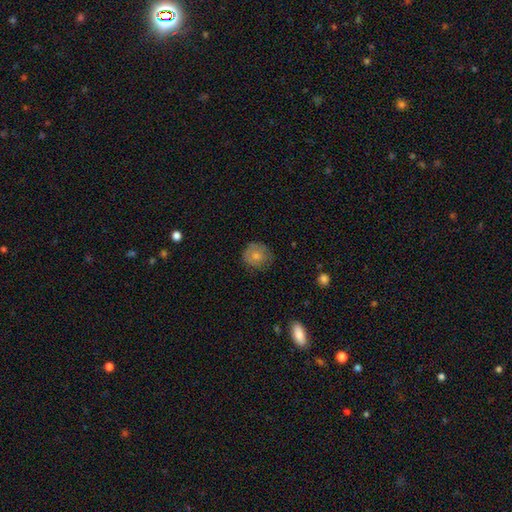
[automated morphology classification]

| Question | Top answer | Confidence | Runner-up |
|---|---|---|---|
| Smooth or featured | smooth | 74% | featured or disk (18%) |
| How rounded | round | 87% | in between (12%) |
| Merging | none | 75% | minor disturbance (20%) |